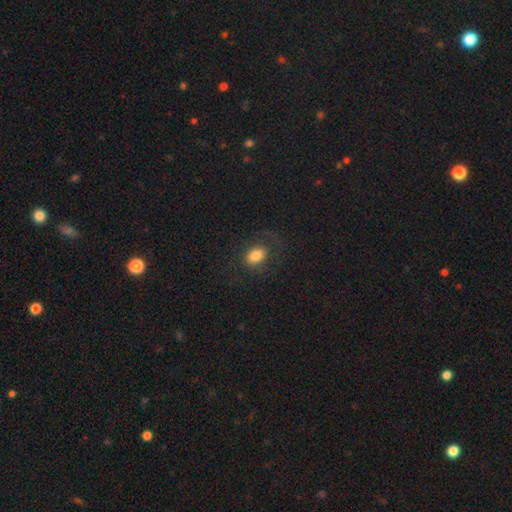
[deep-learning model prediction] This is likely a smooth galaxy (77%). How rounded: likely in between (76%). Merging: likely none (69%).